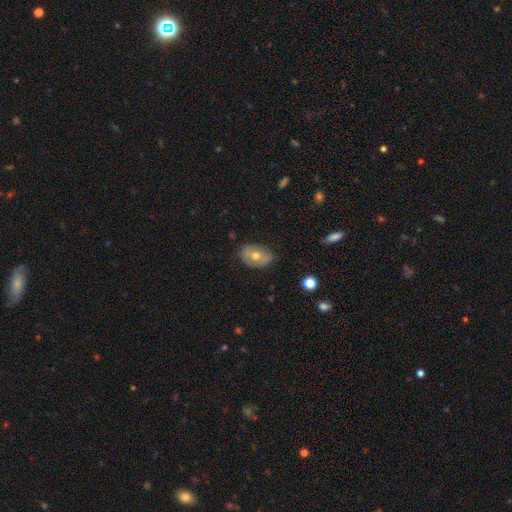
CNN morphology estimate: A smooth galaxy with no disk features (53%) that is in between round and cigar-shaped (77%).

Vote fractions:
- Smooth or featured? smooth: 53% / featured or disk: 38% / star or artifact: 8%
- How rounded? in between: 77% / round: 21% / cigar-shaped: 1%
- Merging? none: 77% / minor disturbance: 18% / major disturbance: 4% / merger: 1%